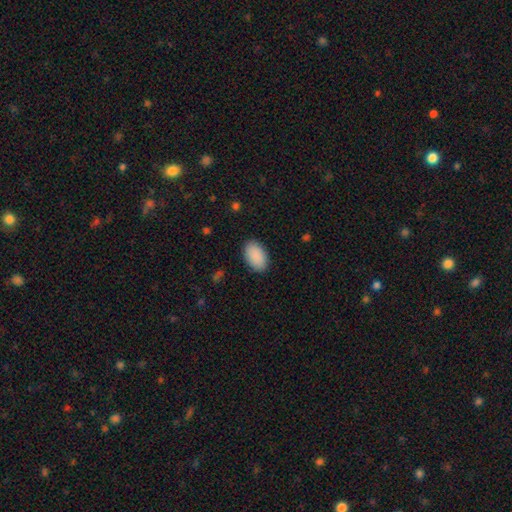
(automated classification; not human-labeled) This is clearly a smooth galaxy (91%). How rounded: clearly in between (93%). Merging: clearly none (89%).